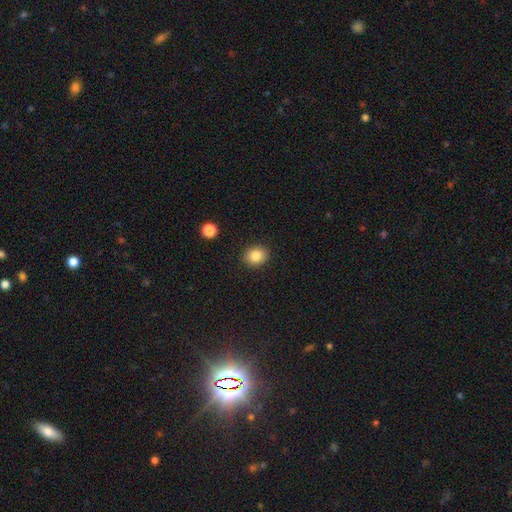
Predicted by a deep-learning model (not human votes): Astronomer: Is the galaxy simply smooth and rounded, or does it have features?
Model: smooth — 85%.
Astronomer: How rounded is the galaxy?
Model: round — 63%.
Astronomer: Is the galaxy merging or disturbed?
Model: none — 89%.